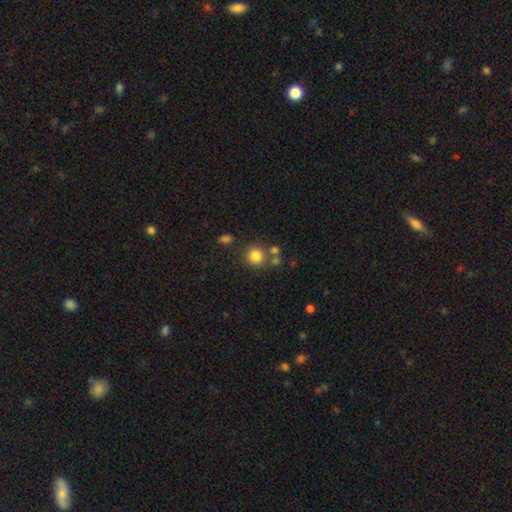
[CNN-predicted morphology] Smooth or featured? Predicted: smooth (p=0.81). How rounded? Predicted: round (p=0.90). Merging? Predicted: none (p=0.72).